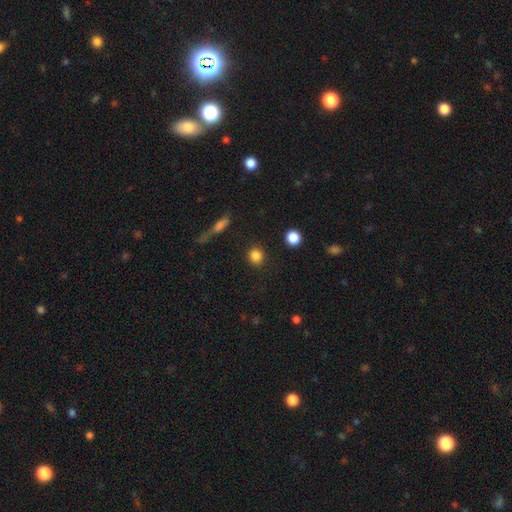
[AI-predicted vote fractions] A smooth galaxy with no disk features (85%) that is round (88%).

Vote fractions:
- Smooth or featured? smooth: 85% / star or artifact: 10% / featured or disk: 4%
- How rounded? round: 88% / in between: 11% / cigar-shaped: 2%
- Merging? none: 90% / minor disturbance: 6% / major disturbance: 2% / merger: 2%